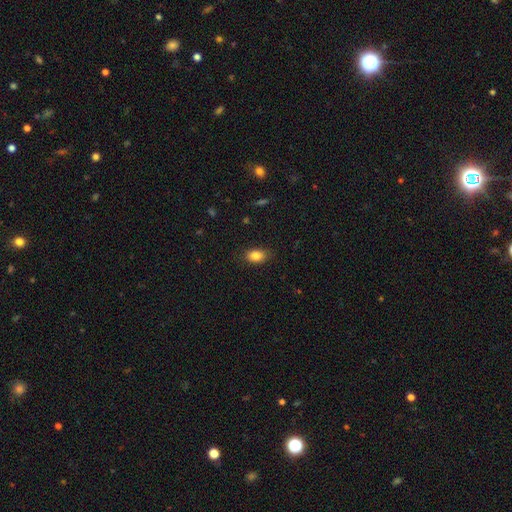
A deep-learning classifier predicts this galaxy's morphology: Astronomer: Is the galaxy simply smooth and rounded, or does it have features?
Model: smooth — 85%.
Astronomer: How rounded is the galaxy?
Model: in between — 83%.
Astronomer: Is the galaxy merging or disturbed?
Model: none — 86%.